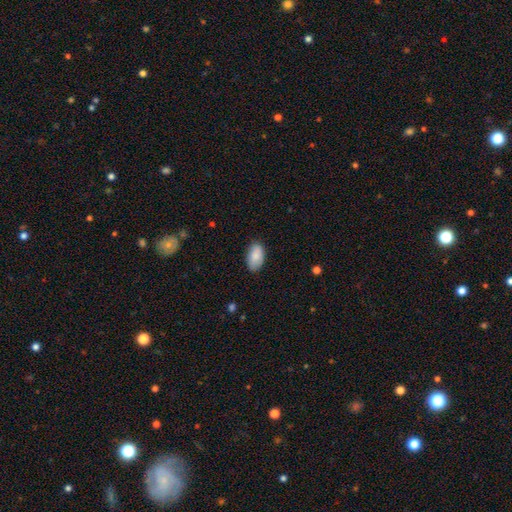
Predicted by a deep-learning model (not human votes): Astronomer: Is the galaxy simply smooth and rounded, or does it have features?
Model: smooth — 88%.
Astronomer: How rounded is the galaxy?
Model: in between — 95%.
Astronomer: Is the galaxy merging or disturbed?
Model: none — 83%.